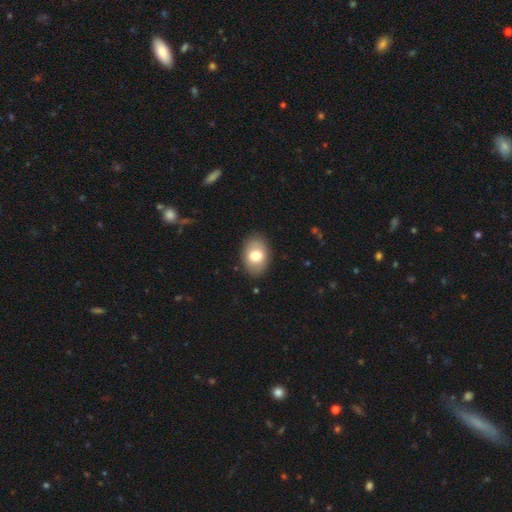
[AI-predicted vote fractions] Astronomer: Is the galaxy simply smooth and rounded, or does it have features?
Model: smooth — 73%.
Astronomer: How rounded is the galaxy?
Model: in between — 83%.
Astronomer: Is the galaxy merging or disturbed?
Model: none — 86%.